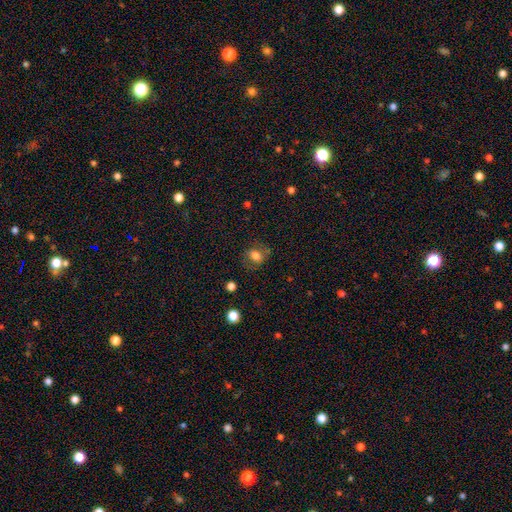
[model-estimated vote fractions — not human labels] This is likely a smooth galaxy (71%). How rounded: possibly in between (52%). Merging: likely none (71%).